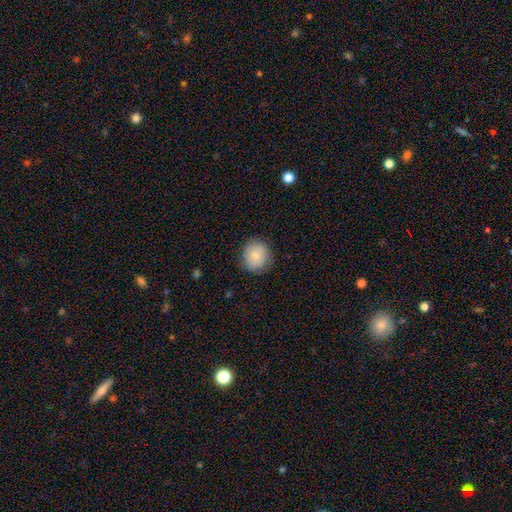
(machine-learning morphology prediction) type=smooth (82%); roundness=round (83%); merging=none (84%).